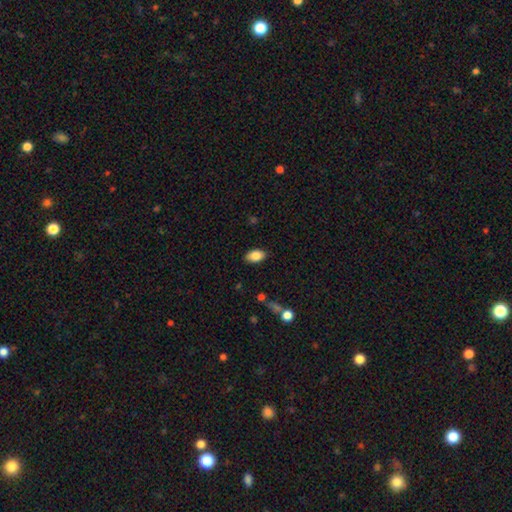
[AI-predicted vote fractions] Smooth or featured?
  - smooth: 84% *
  - featured or disk: 9%
  - star or artifact: 8%
How rounded?
  - in between: 92% *
  - round: 6%
  - cigar-shaped: 2%
Merging?
  - none: 87% *
  - minor disturbance: 10%
  - major disturbance: 2%
  - merger: 1%